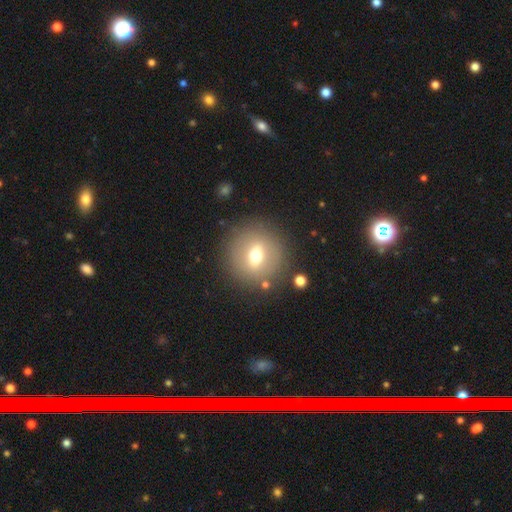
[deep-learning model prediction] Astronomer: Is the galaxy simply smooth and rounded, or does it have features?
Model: smooth — 53% (runner-up: featured or disk, 36%).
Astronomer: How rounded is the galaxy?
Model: round — 88%.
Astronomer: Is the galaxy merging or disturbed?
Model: none — 84%.